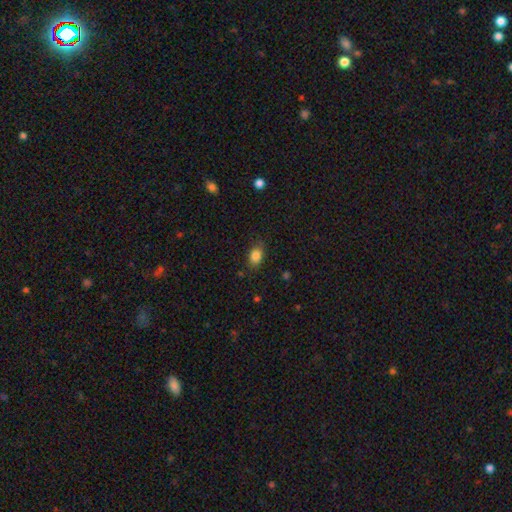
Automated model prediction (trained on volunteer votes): smooth_or_featured: smooth (p=0.85) [alt: star or artifact p=0.09]
how_rounded: in between (p=0.79) [alt: round p=0.19]
merging: none (p=0.80) [alt: minor disturbance p=0.15]